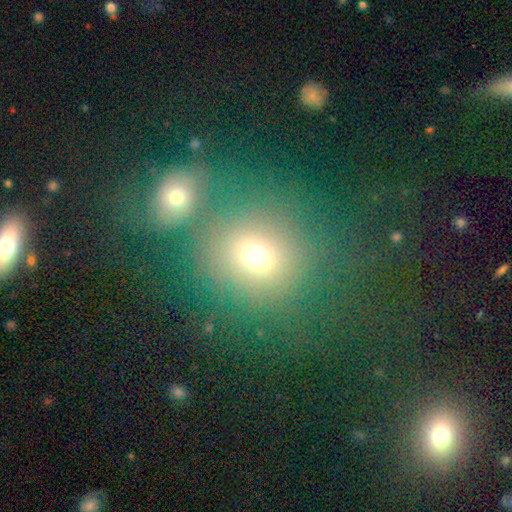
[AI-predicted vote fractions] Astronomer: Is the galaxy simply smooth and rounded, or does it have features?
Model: smooth — 68%.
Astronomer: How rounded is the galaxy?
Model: round — 81%.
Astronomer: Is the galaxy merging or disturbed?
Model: none — 53%.